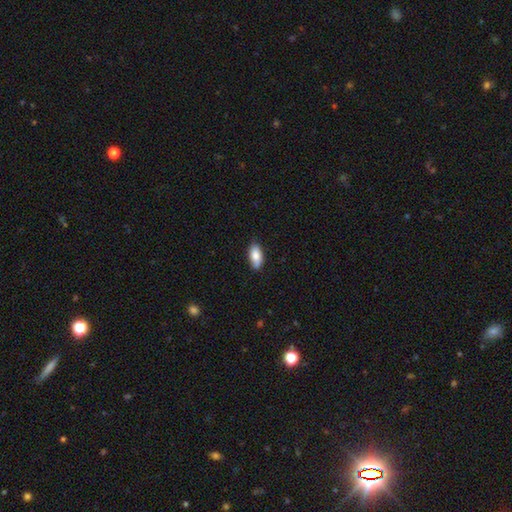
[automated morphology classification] Smooth or featured: smooth — 81% (featured or disk — 12%)
How rounded: in between — 90% (cigar-shaped — 7%)
Merging: none — 81% (minor disturbance — 16%)